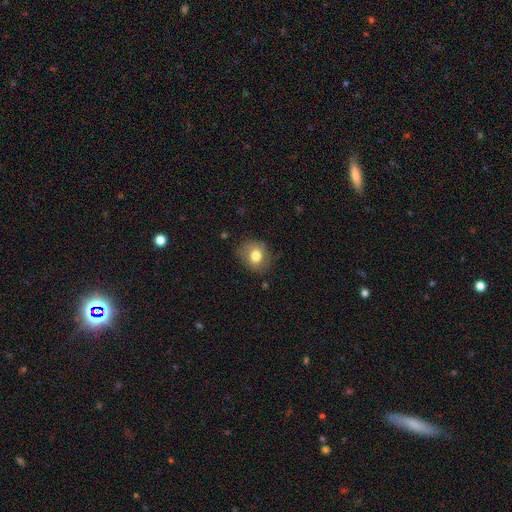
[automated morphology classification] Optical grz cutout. It shows a smooth galaxy with no disk features (77%) that is round (64%). Merging: none (77%).